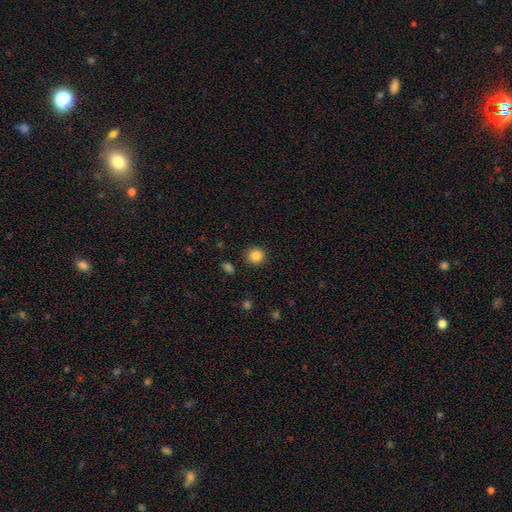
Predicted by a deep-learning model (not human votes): smooth-or-featured: smooth: 86% | star or artifact: 10% | featured or disk: 4%
  how-rounded: round: 90% | in between: 9% | cigar-shaped: 1%
  merging: none: 88% | minor disturbance: 8% | major disturbance: 3% | merger: 2%